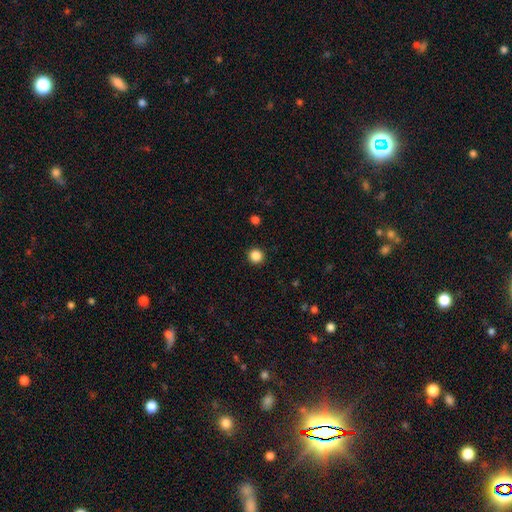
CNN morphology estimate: A smooth galaxy with no disk features (86%) that is round (95%). Merging: none (93%).